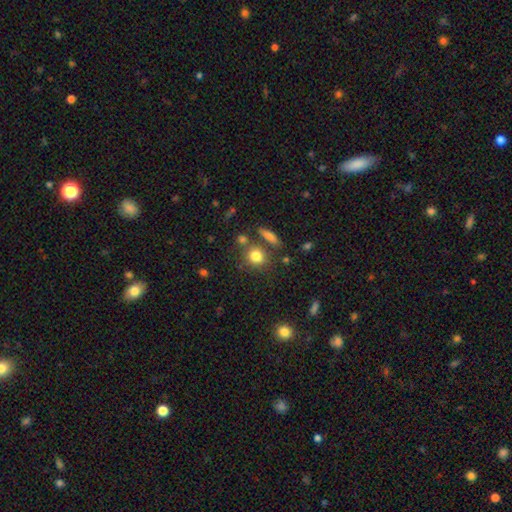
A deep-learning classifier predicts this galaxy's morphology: smooth-or-featured: smooth: 80% | star or artifact: 12% | featured or disk: 8%
  how-rounded: round: 73% | in between: 24% | cigar-shaped: 3%
  merging: none: 68% | merger: 14% | minor disturbance: 13% | major disturbance: 5%